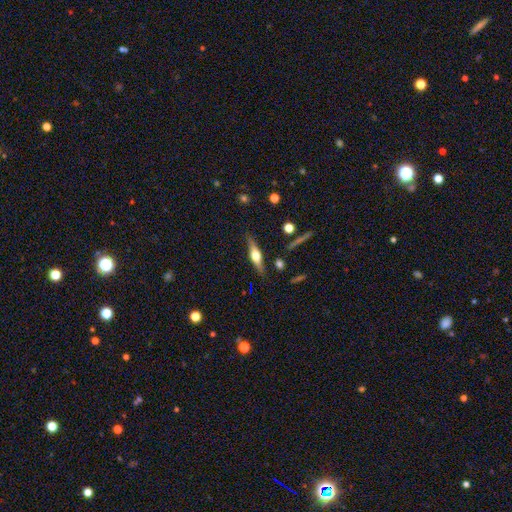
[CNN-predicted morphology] Overall: featured or disk (61%; smooth 32%). Edge-on disk: yes (94%). Edge-on bulge: rounded (93%). Merging: none (83%).